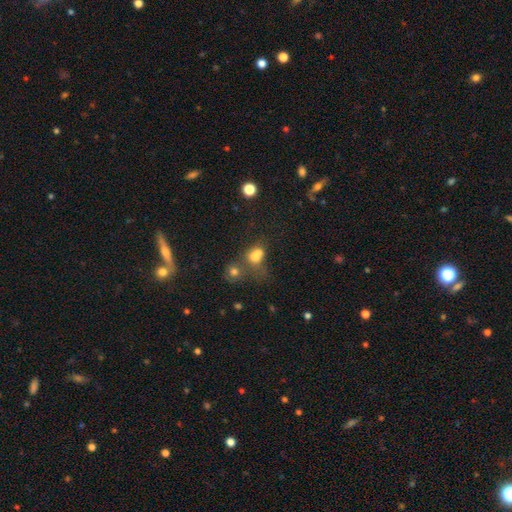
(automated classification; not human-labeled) smooth_or_featured: smooth (p=0.66) [alt: star or artifact p=0.18]
how_rounded: round (p=0.61) [alt: in between p=0.37]
merging: merger (p=0.56) [alt: none p=0.26]